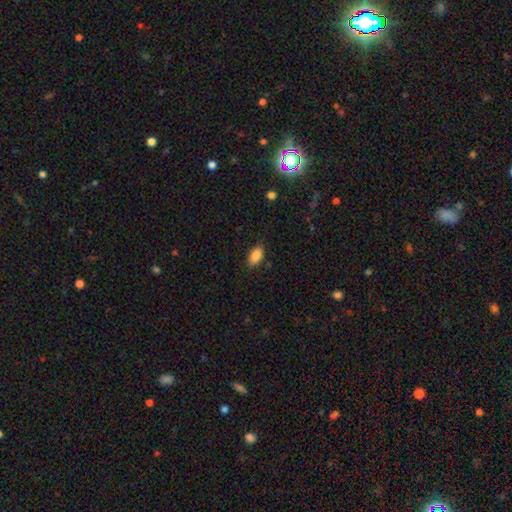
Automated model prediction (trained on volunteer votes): Smooth or featured?
  - smooth: 87% *
  - star or artifact: 8%
  - featured or disk: 6%
How rounded?
  - in between: 91% *
  - cigar-shaped: 5%
  - round: 4%
Merging?
  - none: 84% *
  - minor disturbance: 12%
  - major disturbance: 3%
  - merger: 1%